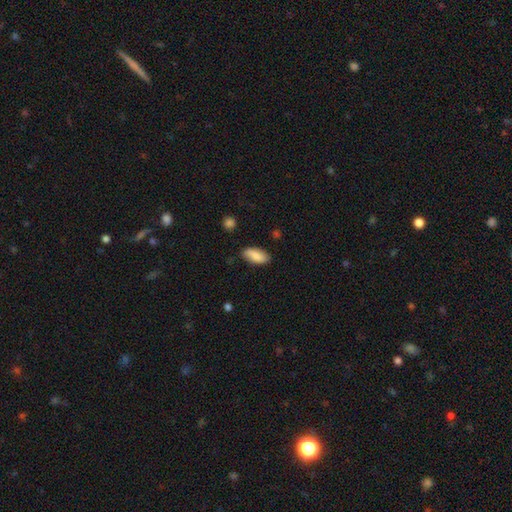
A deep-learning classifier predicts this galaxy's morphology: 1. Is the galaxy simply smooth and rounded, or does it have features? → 85% smooth, 9% featured or disk, 6% star or artifact.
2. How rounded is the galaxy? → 87% in between, 11% cigar-shaped, 2% round.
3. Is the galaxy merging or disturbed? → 80% none, 15% minor disturbance, 3% major disturbance, 2% merger.